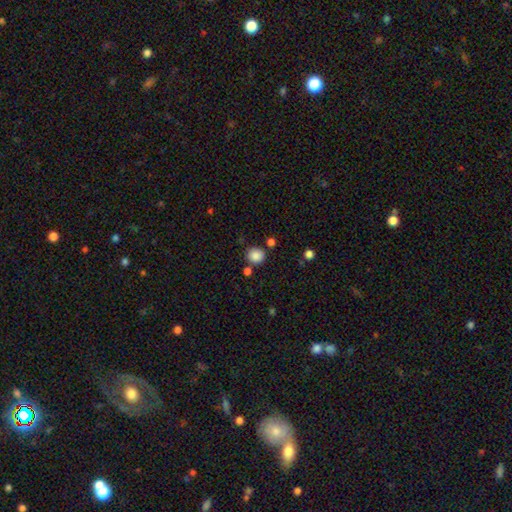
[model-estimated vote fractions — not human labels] A smooth galaxy with no disk features (86%) that is round (83%). Merging: none (80%).